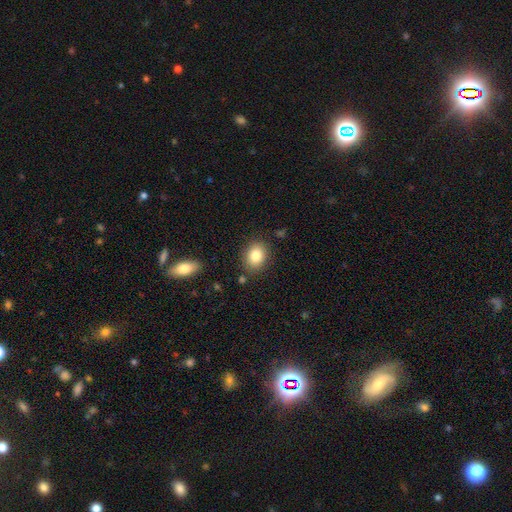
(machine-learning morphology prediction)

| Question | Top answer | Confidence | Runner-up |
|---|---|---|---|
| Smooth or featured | smooth | 83% | star or artifact (9%) |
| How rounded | in between | 52% | round (47%) |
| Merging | none | 85% | minor disturbance (10%) |